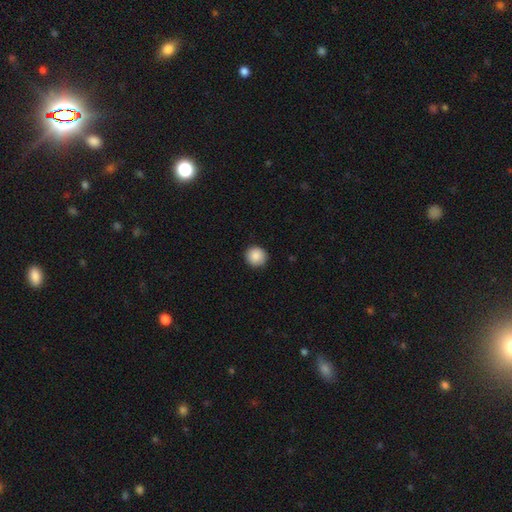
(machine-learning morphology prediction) type=smooth (89%); roundness=round (93%); merging=none (91%).